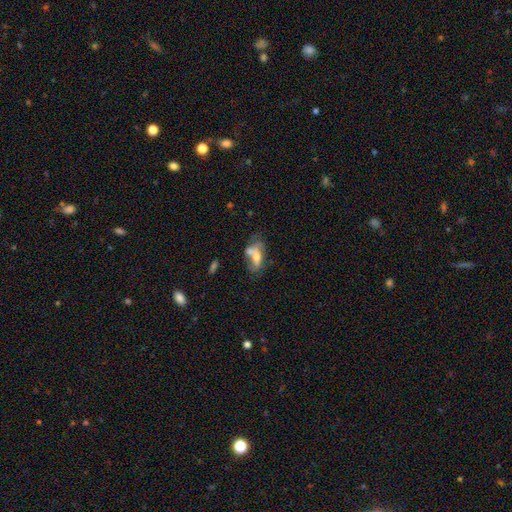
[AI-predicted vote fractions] Q: Smooth or featured?
A: smooth (46%); runner-up: featured or disk (45%)
Q: Merging?
A: merger (37%); runner-up: none (30%)